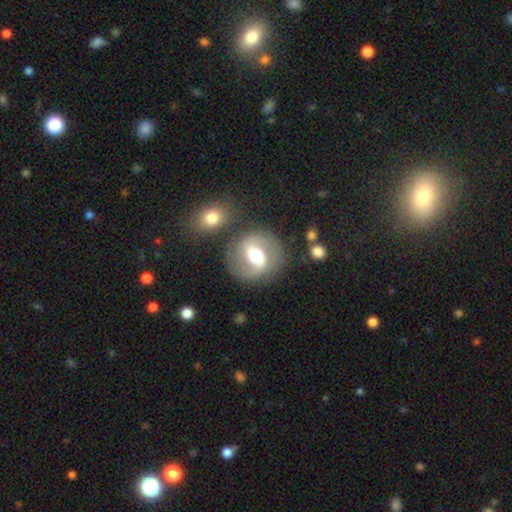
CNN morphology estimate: type=featured or disk (67%); edge-on=no (96%); bar=weak (44%); spiral arms=yes (72%); bulge=moderate (70%); merging=none (77%).